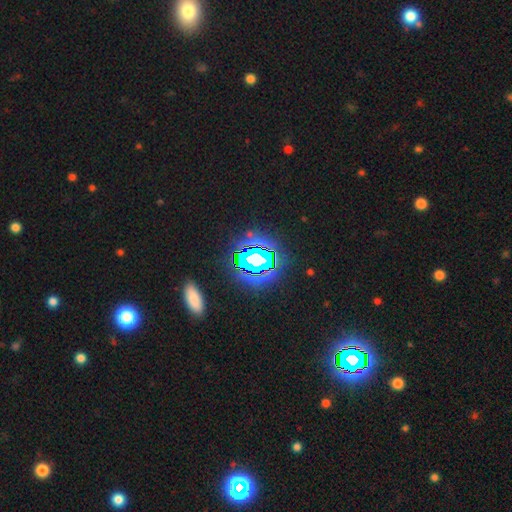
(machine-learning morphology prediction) This appears to be a star or artifact, not a galaxy (74%).